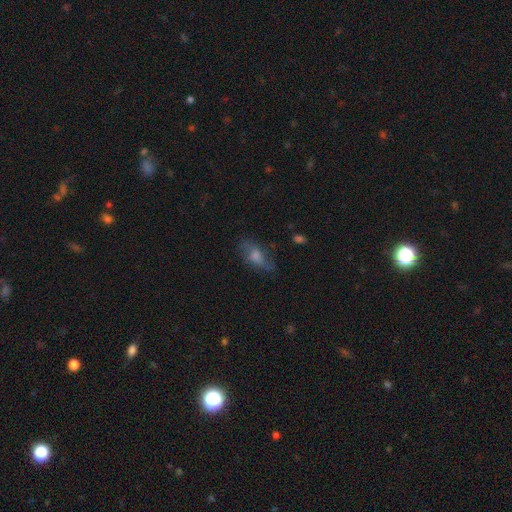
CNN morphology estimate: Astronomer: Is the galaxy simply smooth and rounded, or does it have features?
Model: smooth — 49% (runner-up: featured or disk, 37%).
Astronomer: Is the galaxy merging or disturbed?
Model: none — 67%.